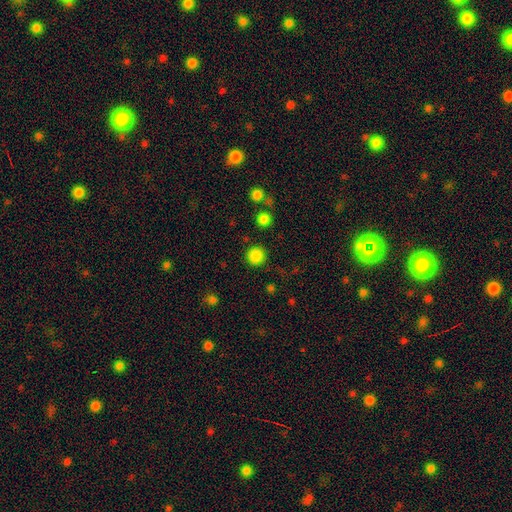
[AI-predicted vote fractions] A smooth galaxy with no disk features (86%) that is round (95%). Merging: none (90%).